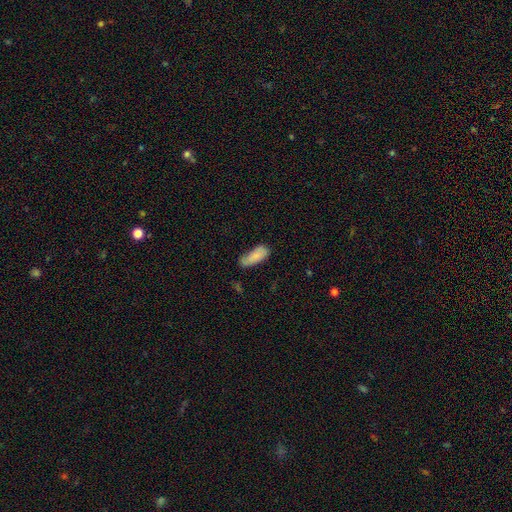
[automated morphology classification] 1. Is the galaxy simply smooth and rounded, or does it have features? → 81% smooth, 13% featured or disk, 6% star or artifact.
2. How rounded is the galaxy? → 80% in between, 18% cigar-shaped, 2% round.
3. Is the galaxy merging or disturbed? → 48% none, 35% minor disturbance, 12% major disturbance, 5% merger.